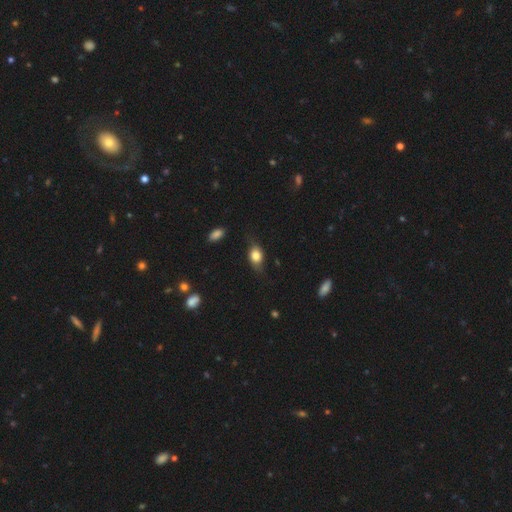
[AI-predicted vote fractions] smooth_or_featured: smooth (p=0.72) [alt: featured or disk p=0.20]
how_rounded: in between (p=0.74) [alt: round p=0.22]
merging: none (p=0.64) [alt: minor disturbance p=0.25]